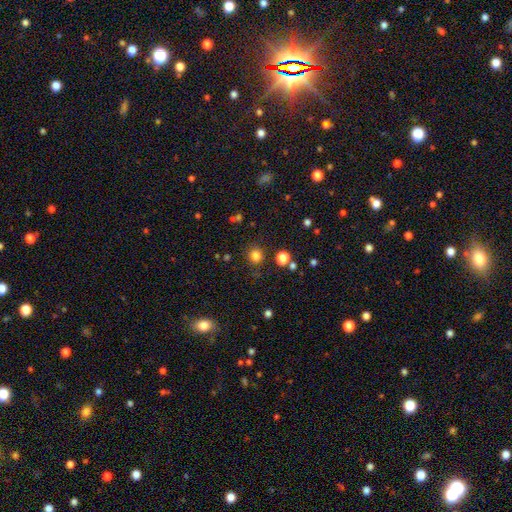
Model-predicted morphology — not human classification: This appears to be a smooth galaxy with no disk features (80%) that is round (84%). Merging: none (83%).